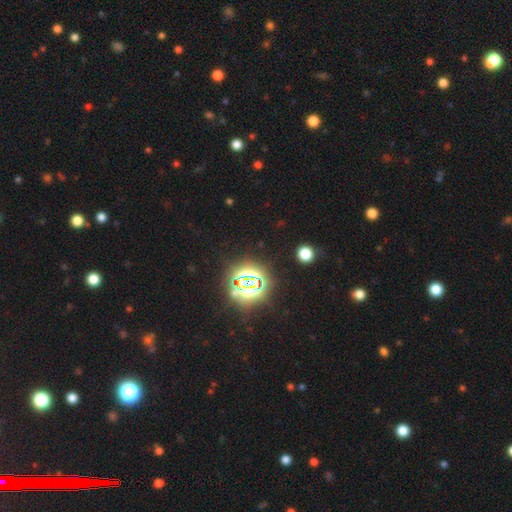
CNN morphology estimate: Smooth or featured: star or artifact — 83% (smooth — 11%)